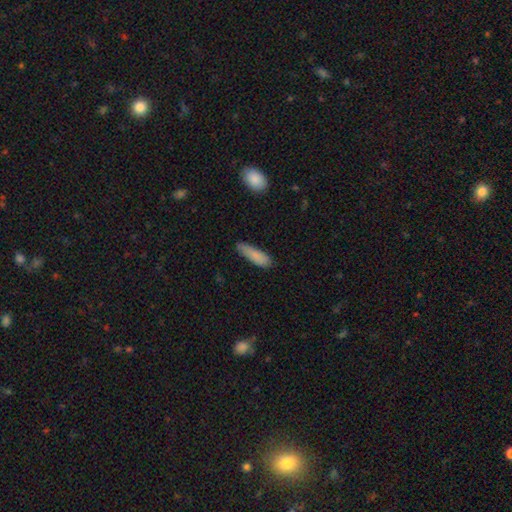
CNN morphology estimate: smooth 85%, featured or disk 8%, star or artifact 7%. Down the decision tree: how rounded — cigar-shaped (63%); merging — none (70%).